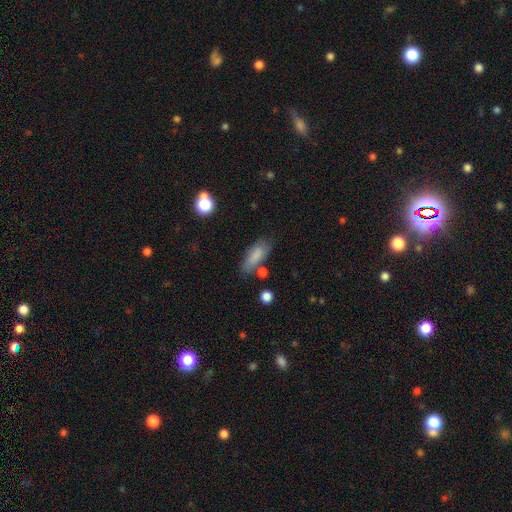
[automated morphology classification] smooth_or_featured: smooth (p=0.80) [alt: featured or disk p=0.12]
how_rounded: in between (p=0.71) [alt: cigar-shaped p=0.26]
merging: none (p=0.65) [alt: minor disturbance p=0.21]